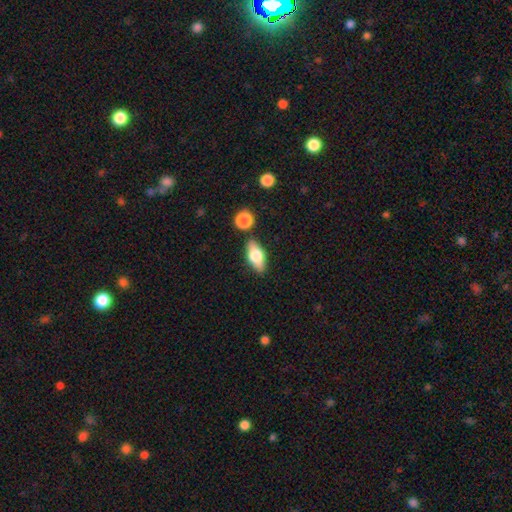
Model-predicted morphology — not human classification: A smooth galaxy with no disk features (65%) that is in between round and cigar-shaped (81%).

Vote fractions:
- Smooth or featured? smooth: 65% / featured or disk: 28% / star or artifact: 7%
- How rounded? in between: 81% / cigar-shaped: 14% / round: 5%
- Merging? none: 81% / minor disturbance: 11% / merger: 6% / major disturbance: 3%